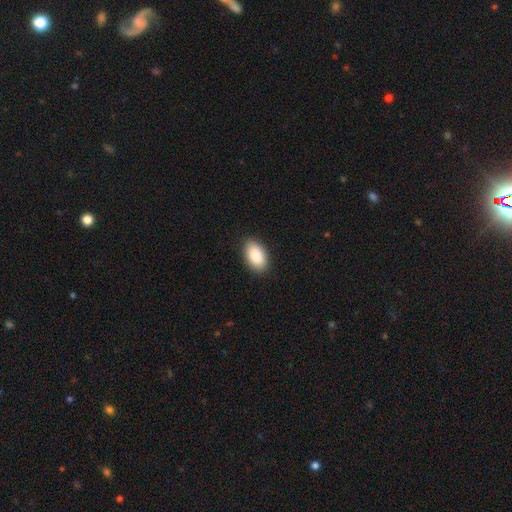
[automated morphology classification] Smooth or featured? Predicted: smooth (p=0.89). How rounded? Predicted: in between (p=0.94). Merging? Predicted: none (p=0.89).